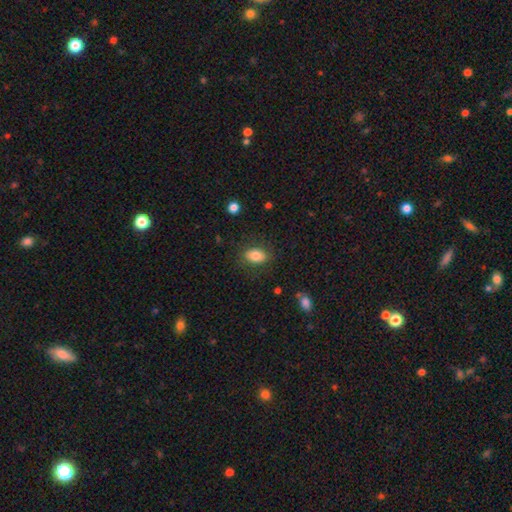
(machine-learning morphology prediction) smooth_or_featured: smooth (p=0.82) [alt: featured or disk p=0.10]
how_rounded: in between (p=0.83) [alt: round p=0.15]
merging: none (p=0.83) [alt: minor disturbance p=0.12]